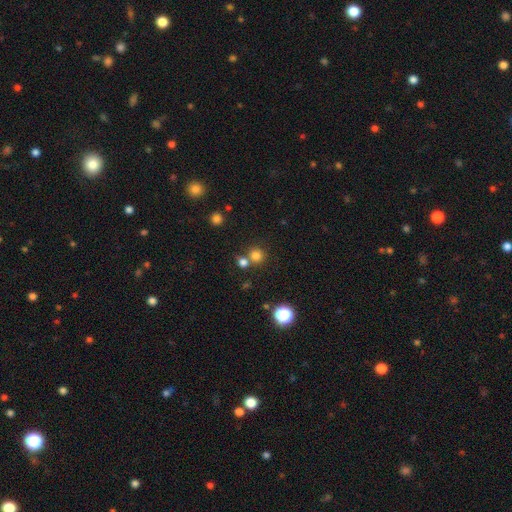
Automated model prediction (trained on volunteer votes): Smooth or featured? smooth (78%)
How rounded? round (90%)
Merging? none (64%)